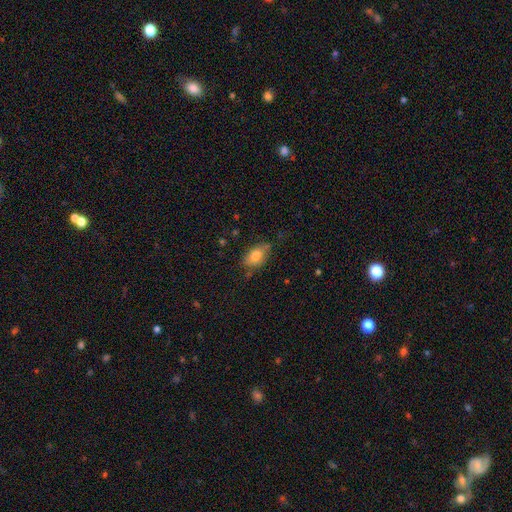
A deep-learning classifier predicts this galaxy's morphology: Smooth or featured: smooth — 77% (featured or disk — 15%)
How rounded: in between — 88% (round — 9%)
Merging: none — 62% (minor disturbance — 28%)